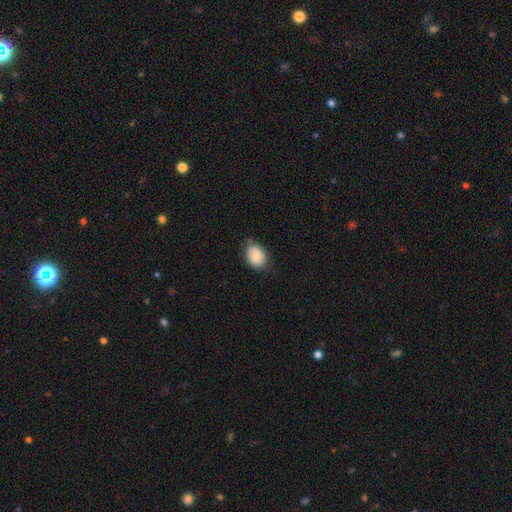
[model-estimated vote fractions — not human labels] smooth 78%, featured or disk 15%, star or artifact 7%. Down the decision tree: how rounded — in between (64%); merging — none (70%).